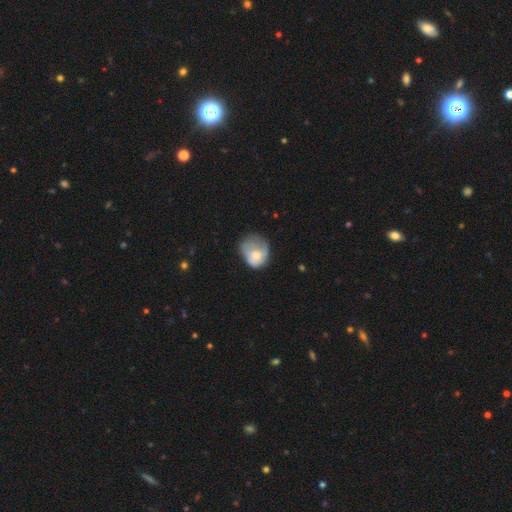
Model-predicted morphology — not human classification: This appears to be a smooth galaxy with no disk features (61%) that is round (57%). Merging: minor disturbance (37%).